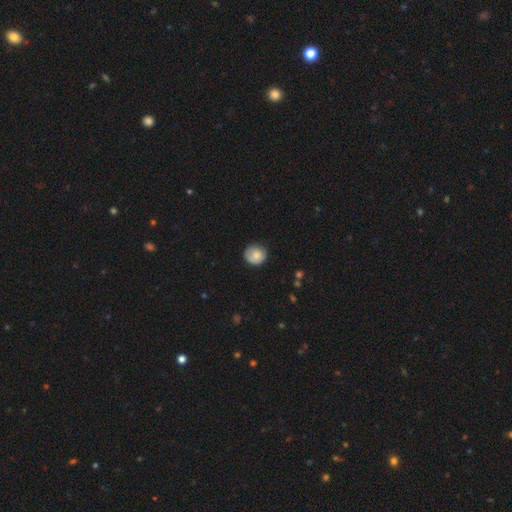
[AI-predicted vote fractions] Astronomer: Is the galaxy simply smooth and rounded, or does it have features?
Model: smooth — 81%.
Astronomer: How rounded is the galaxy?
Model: round — 86%.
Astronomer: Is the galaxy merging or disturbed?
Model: none — 73%.